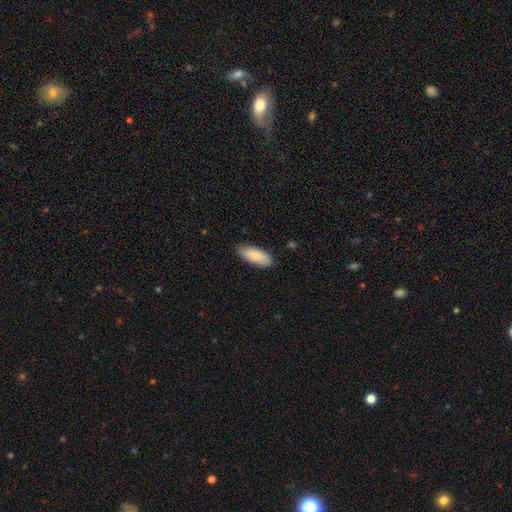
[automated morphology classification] The model was most divided on "how rounded": in between: 81%, cigar-shaped: 17%, round: 2%. More confident: merging — none (85%); smooth or featured — smooth (84%).